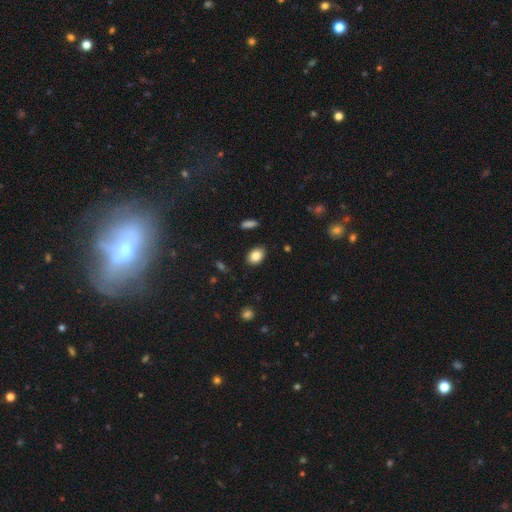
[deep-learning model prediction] Smooth or featured?
  - smooth: 85% *
  - star or artifact: 9%
  - featured or disk: 7%
How rounded?
  - in between: 74% *
  - round: 25%
  - cigar-shaped: 1%
Merging?
  - none: 86% *
  - minor disturbance: 10%
  - major disturbance: 2%
  - merger: 1%